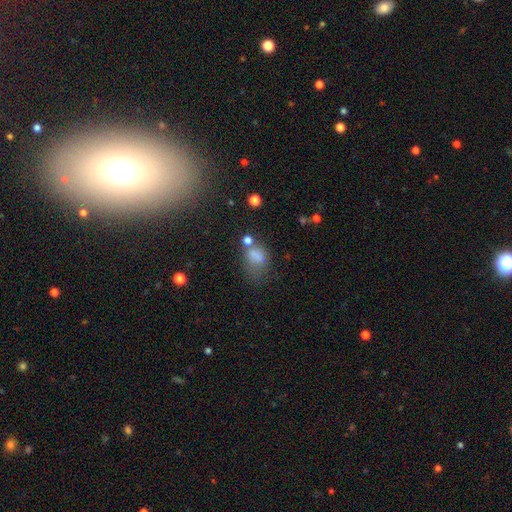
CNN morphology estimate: The model was most divided on "merging": none: 32%, major disturbance: 25%, minor disturbance: 25%, merger: 19%. More confident: smooth or featured — smooth (70%); how rounded — in between (64%).